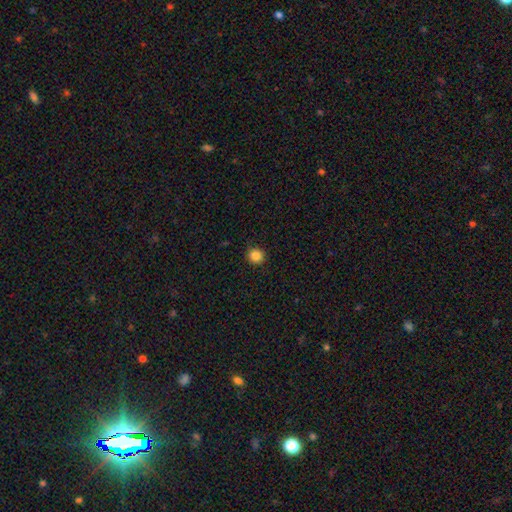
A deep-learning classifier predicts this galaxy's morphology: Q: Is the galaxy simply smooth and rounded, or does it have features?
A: smooth — 85%.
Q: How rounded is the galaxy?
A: round — 91%.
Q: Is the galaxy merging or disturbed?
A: none — 91%.